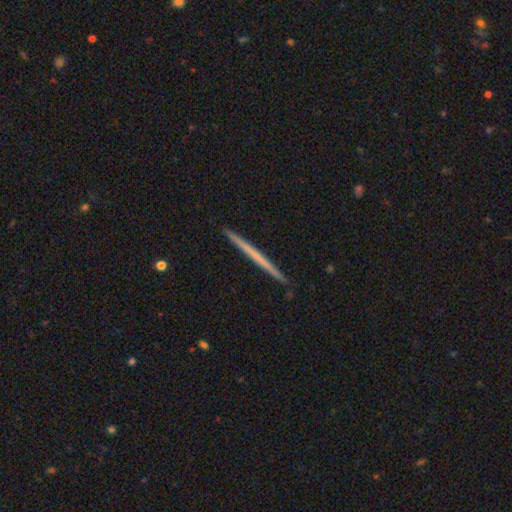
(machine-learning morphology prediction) Q: Smooth or featured?
A: featured or disk (52%); runner-up: smooth (42%)
Q: Edge-on disk?
A: yes (98%); runner-up: no (2%)
Q: Edge-on bulge?
A: none (93%); runner-up: rounded (5%)
Q: Merging?
A: none (93%); runner-up: minor disturbance (5%)